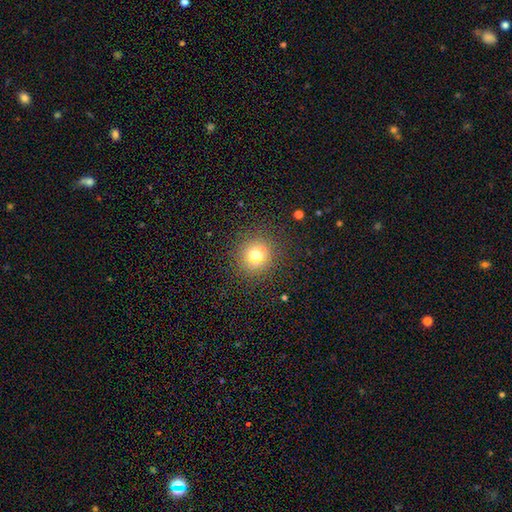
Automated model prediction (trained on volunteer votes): smooth_or_featured: smooth (p=0.67) [alt: star or artifact p=0.19]
how_rounded: round (p=0.90) [alt: in between p=0.09]
merging: none (p=0.77) [alt: merger p=0.10]